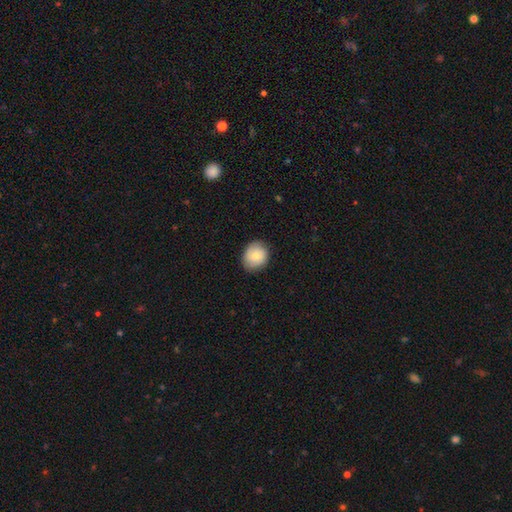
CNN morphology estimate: The model was most divided on "how rounded": round: 66%, in between: 33%, cigar-shaped: 1%. More confident: merging — none (84%); smooth or featured — smooth (76%).